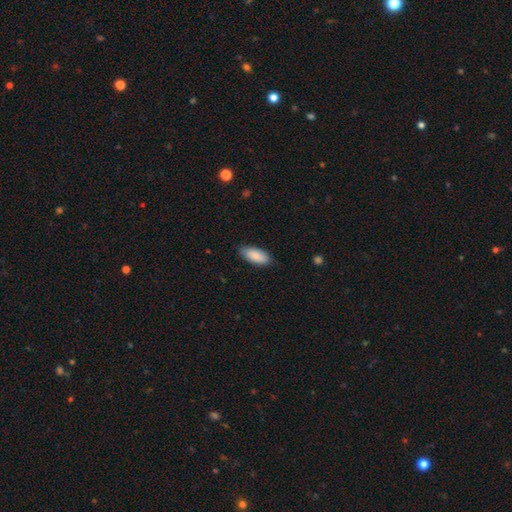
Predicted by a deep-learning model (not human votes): Q: Smooth or featured?
A: smooth (88%); runner-up: featured or disk (6%)
Q: How rounded?
A: in between (86%); runner-up: cigar-shaped (12%)
Q: Merging?
A: none (83%); runner-up: minor disturbance (13%)